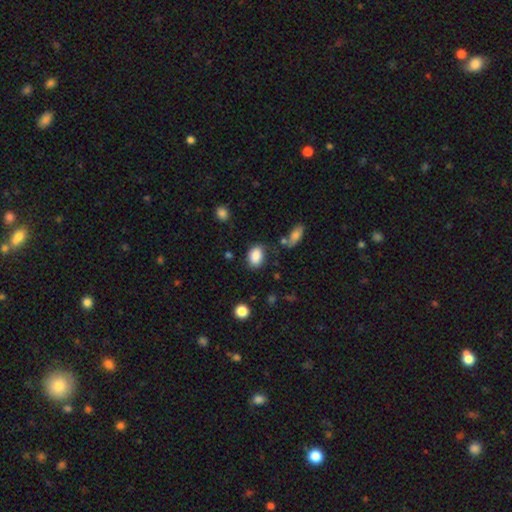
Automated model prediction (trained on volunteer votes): A smooth galaxy with no disk features (87%) that is in between round and cigar-shaped (81%). Merging: none (76%).